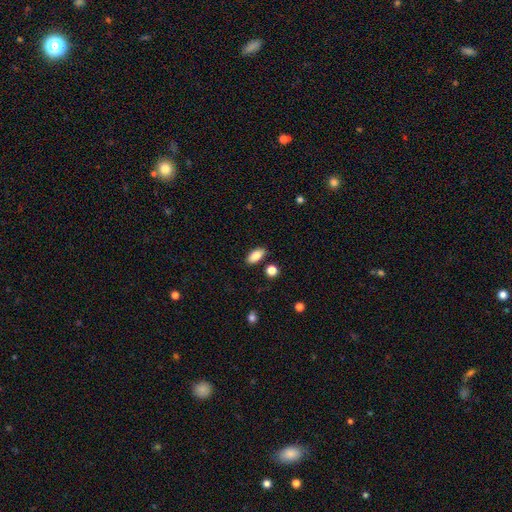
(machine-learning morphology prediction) Smooth or featured? Predicted: smooth (p=0.84). How rounded? Predicted: in between (p=0.89). Merging? Predicted: none (p=0.86).